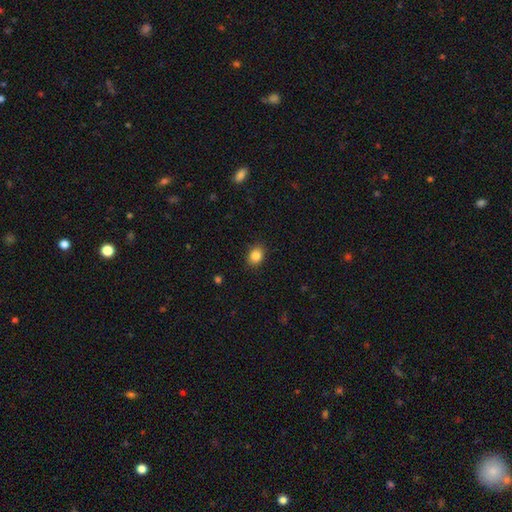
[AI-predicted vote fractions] A smooth galaxy with no disk features (86%) that is in between round and cigar-shaped (53%). Merging: none (88%).